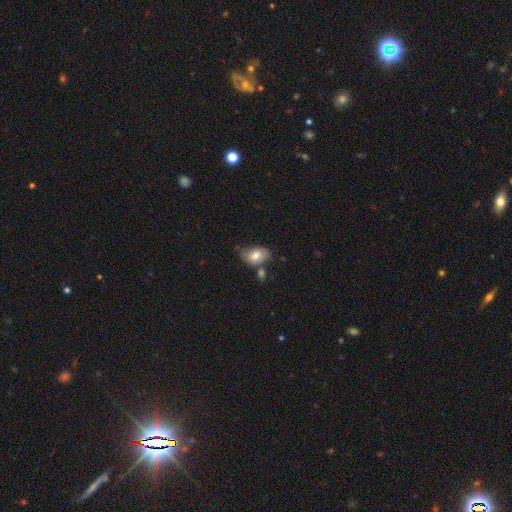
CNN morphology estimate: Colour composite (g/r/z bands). It shows a smooth galaxy with no disk features (72%) that is in between round and cigar-shaped (82%). Merging: none (53%).